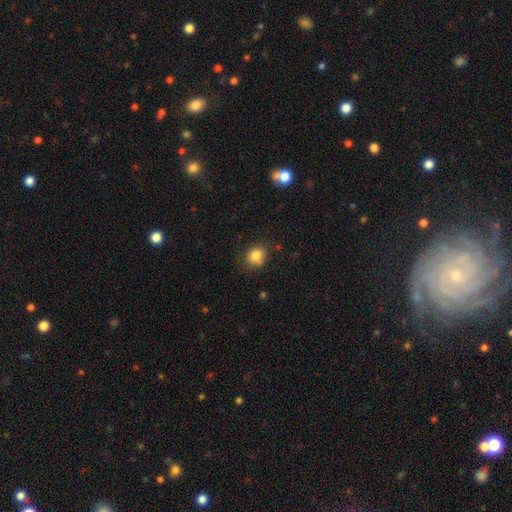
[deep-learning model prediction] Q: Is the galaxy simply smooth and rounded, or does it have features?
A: smooth — 84%.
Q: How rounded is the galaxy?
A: round — 70%.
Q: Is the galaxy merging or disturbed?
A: none — 72%.